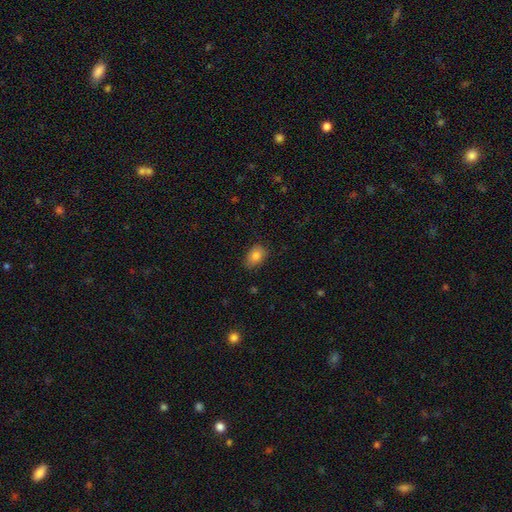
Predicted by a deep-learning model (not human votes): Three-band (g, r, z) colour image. It shows a smooth galaxy with no disk features (83%) that is in between round and cigar-shaped (81%). Merging: none (78%).